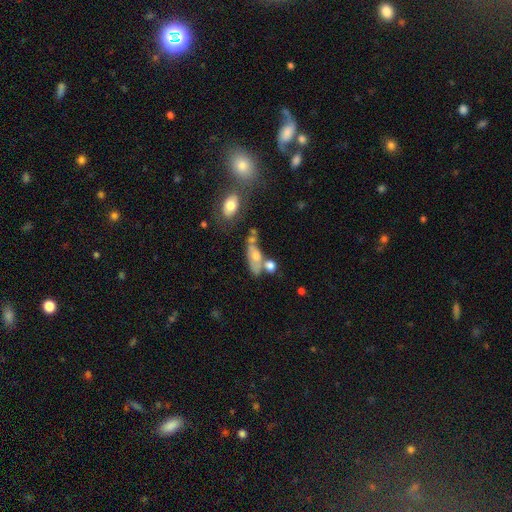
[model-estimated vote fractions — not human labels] A smooth galaxy with no disk features (48%).

Vote fractions:
- Smooth or featured? smooth: 48% / featured or disk: 43% / star or artifact: 10%
- Merging? none: 40% / merger: 31% / minor disturbance: 19% / major disturbance: 11%